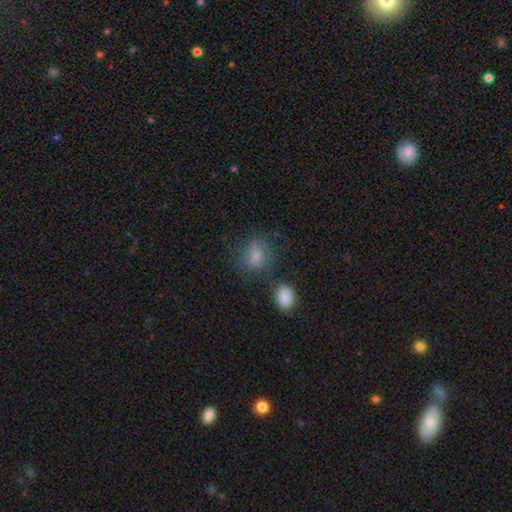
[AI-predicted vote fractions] Smooth or featured? Predicted: smooth (p=0.71). How rounded? Predicted: round (p=0.52). Merging? Predicted: none (p=0.63).